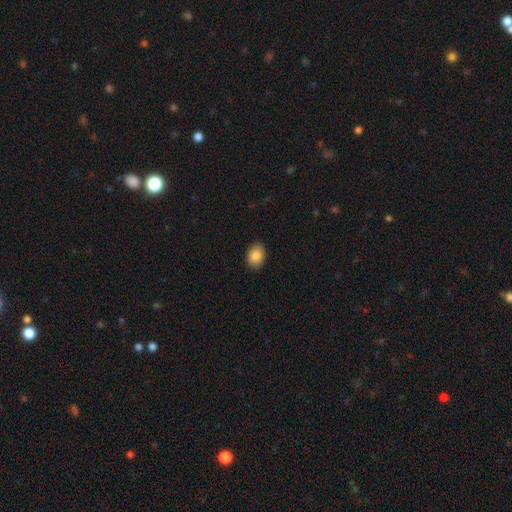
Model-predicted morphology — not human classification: This appears to be a smooth galaxy with no disk features (87%) that is in between round and cigar-shaped (73%). Merging: none (90%).